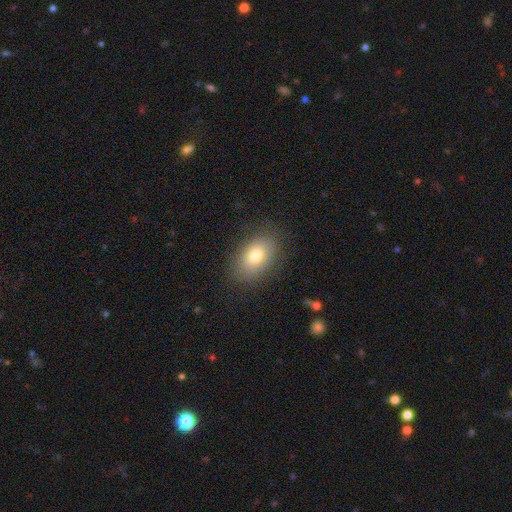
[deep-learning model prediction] Smooth or featured?
  - smooth: 76% *
  - featured or disk: 15%
  - star or artifact: 9%
How rounded?
  - in between: 85% *
  - round: 13%
  - cigar-shaped: 1%
Merging?
  - none: 84% *
  - minor disturbance: 11%
  - major disturbance: 4%
  - merger: 1%